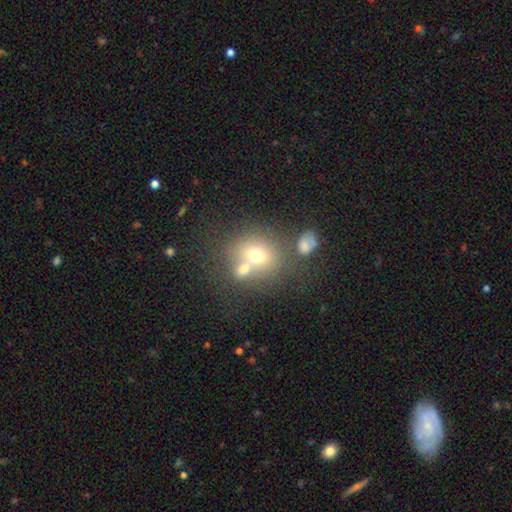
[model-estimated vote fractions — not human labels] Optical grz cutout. It shows a smooth galaxy with no disk features (64%) that is round (70%). Merging: merger (44%).